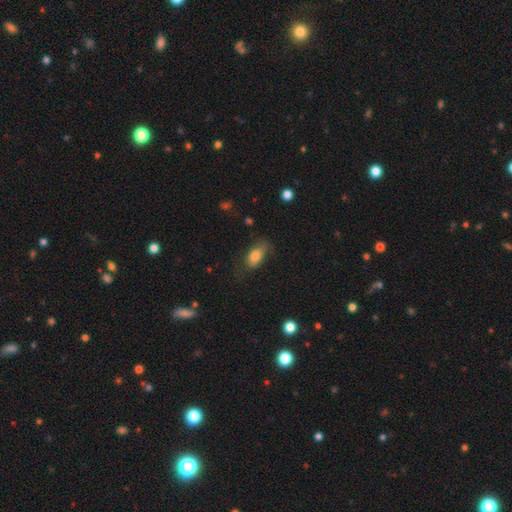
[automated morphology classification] Smooth or featured?
  - smooth: 78% *
  - featured or disk: 14%
  - star or artifact: 8%
How rounded?
  - in between: 88% *
  - cigar-shaped: 6%
  - round: 6%
Merging?
  - none: 56% *
  - minor disturbance: 27%
  - major disturbance: 15%
  - merger: 2%